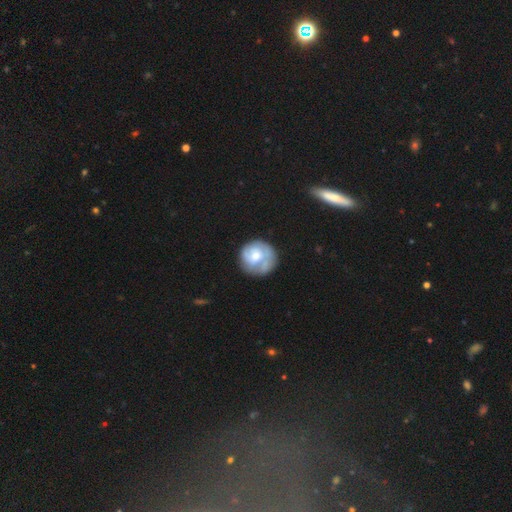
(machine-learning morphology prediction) smooth_or_featured: smooth (p=0.51) [alt: featured or disk p=0.42]
how_rounded: round (p=0.88) [alt: in between p=0.11]
merging: none (p=0.61) [alt: minor disturbance p=0.23]